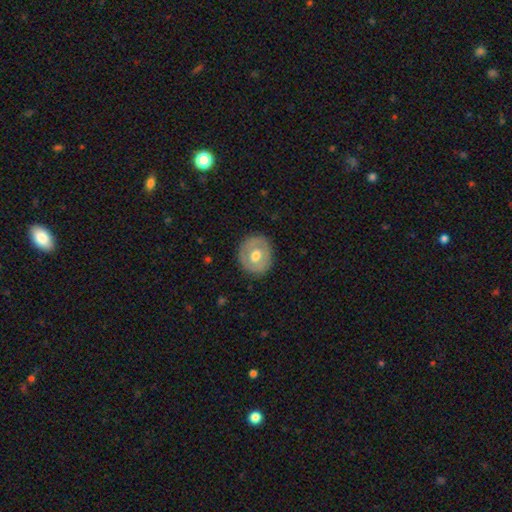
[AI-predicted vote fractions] Smooth or featured? smooth (50%)
Merging? none (85%)